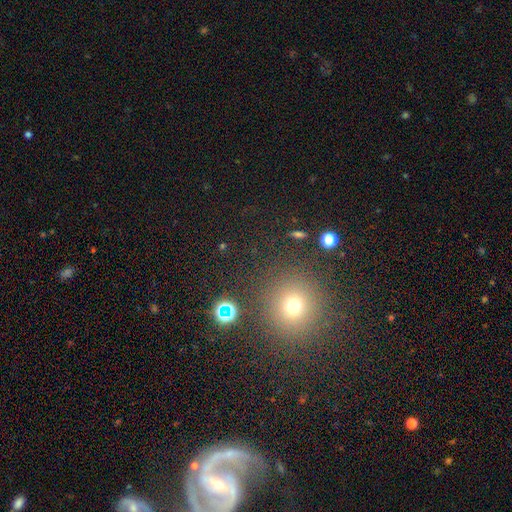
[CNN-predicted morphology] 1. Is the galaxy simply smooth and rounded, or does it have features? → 51% smooth, 41% star or artifact, 9% featured or disk.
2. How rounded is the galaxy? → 90% round, 8% in between, 2% cigar-shaped.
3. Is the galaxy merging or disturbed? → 87% none, 6% minor disturbance, 3% merger, 3% major disturbance.